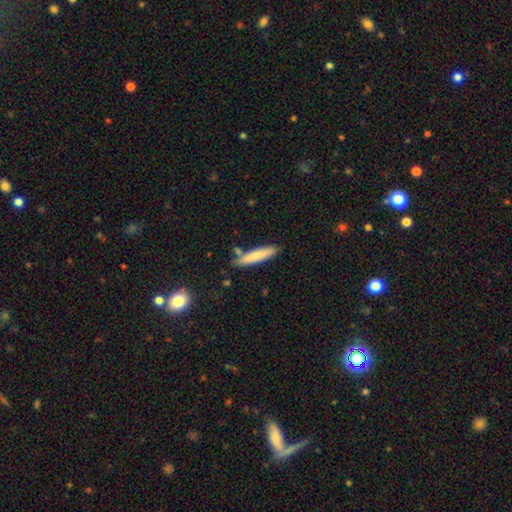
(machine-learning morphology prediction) This appears to be a smooth galaxy with no disk features (79%) that is cigar-shaped (87%). Merging: none (79%).